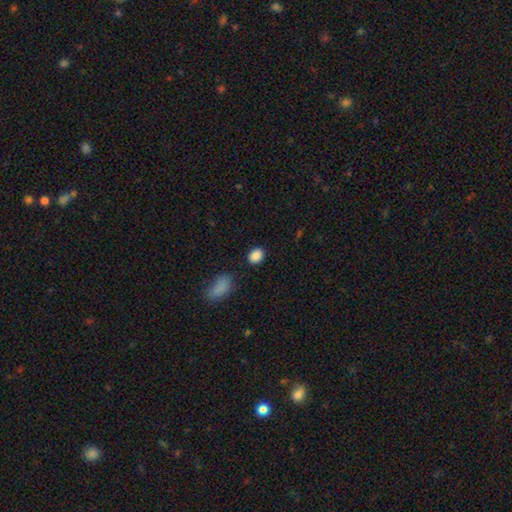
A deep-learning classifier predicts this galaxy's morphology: smooth 88%, star or artifact 9%, featured or disk 3%. Down the decision tree: how rounded — in between (56%); merging — none (85%).